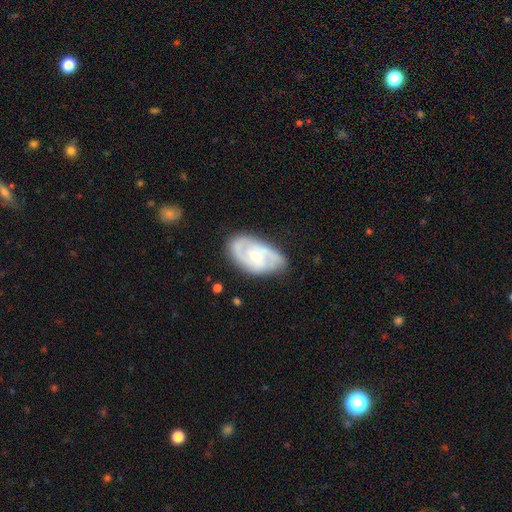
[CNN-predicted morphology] Q: Smooth or featured?
A: featured or disk (77%); runner-up: smooth (17%)
Q: Edge-on disk?
A: no (96%); runner-up: yes (4%)
Q: Bar?
A: no (59%); runner-up: weak (35%)
Q: Spiral arms?
A: yes (91%); runner-up: no (9%)
Q: Spiral winding?
A: medium (44%); runner-up: tight (43%)
Q: Spiral arm count?
A: 2 (59%); runner-up: can't tell (19%)
Q: Bulge size?
A: small (52%); runner-up: moderate (44%)
Q: Merging?
A: none (72%); runner-up: minor disturbance (21%)